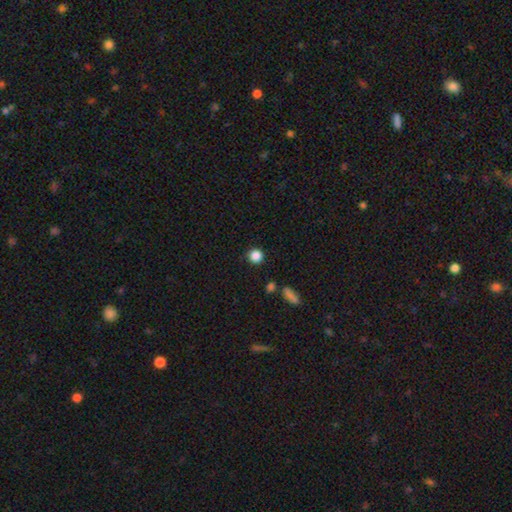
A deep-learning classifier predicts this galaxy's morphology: Q: Smooth or featured?
A: smooth (86%); runner-up: star or artifact (11%)
Q: How rounded?
A: round (94%); runner-up: in between (5%)
Q: Merging?
A: none (89%); runner-up: minor disturbance (6%)